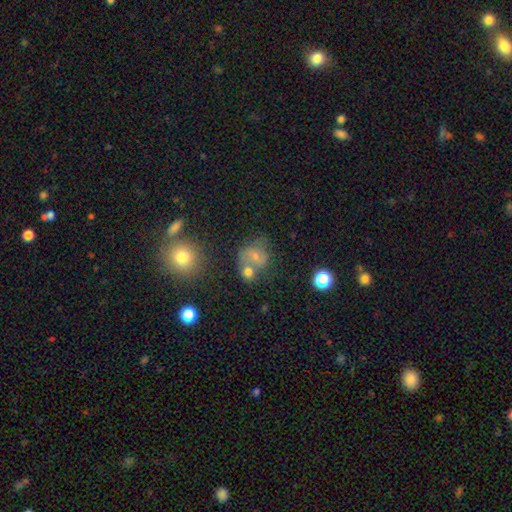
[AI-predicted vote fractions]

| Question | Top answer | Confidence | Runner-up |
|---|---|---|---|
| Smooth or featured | smooth | 56% | featured or disk (27%) |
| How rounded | round | 65% | in between (34%) |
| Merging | none | 39% | merger (37%) |